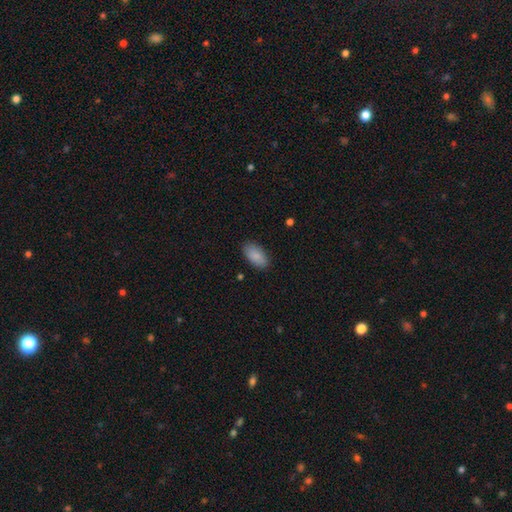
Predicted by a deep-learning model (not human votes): Overall: smooth (88%). How rounded: in between (93%). Merging: none (87%).